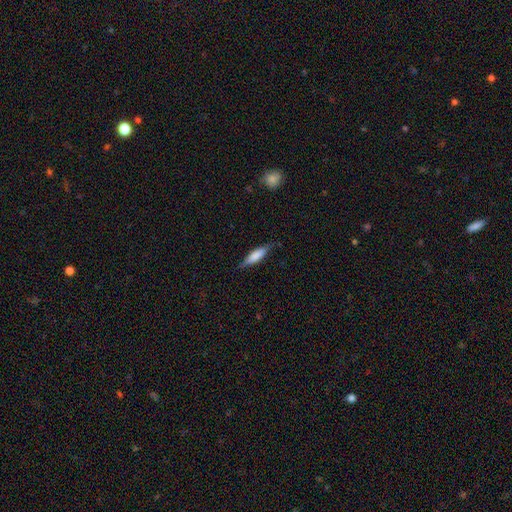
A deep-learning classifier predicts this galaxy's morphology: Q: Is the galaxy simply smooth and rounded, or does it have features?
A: smooth — 61%.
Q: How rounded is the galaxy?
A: cigar-shaped — 66%.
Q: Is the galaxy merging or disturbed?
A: none — 79%.